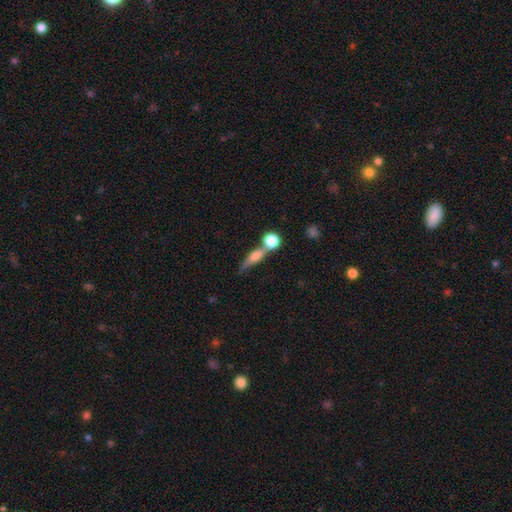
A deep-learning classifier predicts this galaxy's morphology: A smooth galaxy with no disk features (53%) that is cigar-shaped (44%).

Vote fractions:
- Smooth or featured? smooth: 53% / featured or disk: 36% / star or artifact: 11%
- How rounded? cigar-shaped: 44% / in between: 31% / round: 25%
- Merging? none: 44% / merger: 38% / minor disturbance: 12% / major disturbance: 7%